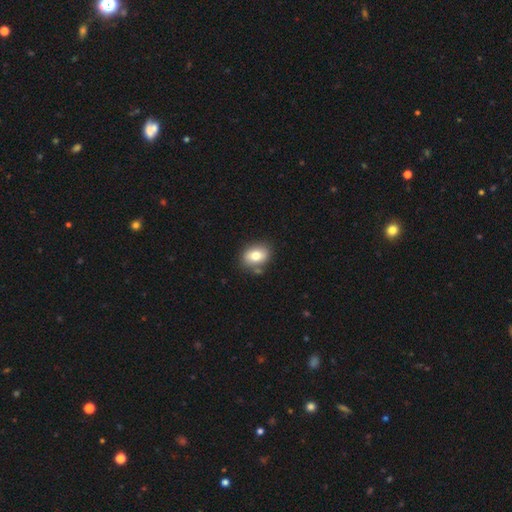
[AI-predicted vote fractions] smooth 77%, featured or disk 15%, star or artifact 8%. Down the decision tree: how rounded — in between (70%); merging — none (77%).